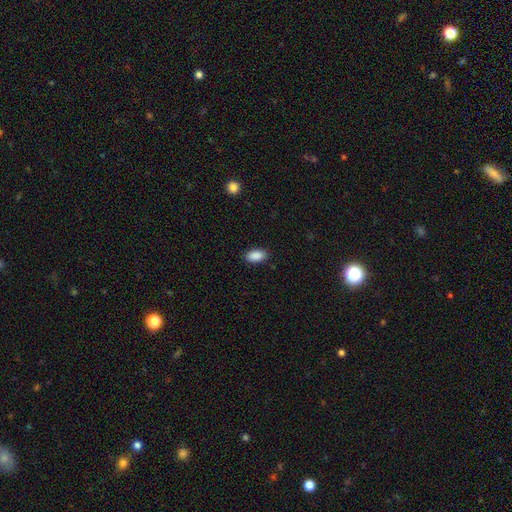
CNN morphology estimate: Q: Smooth or featured?
A: smooth (89%); runner-up: star or artifact (7%)
Q: How rounded?
A: in between (92%); runner-up: cigar-shaped (4%)
Q: Merging?
A: none (88%); runner-up: minor disturbance (9%)